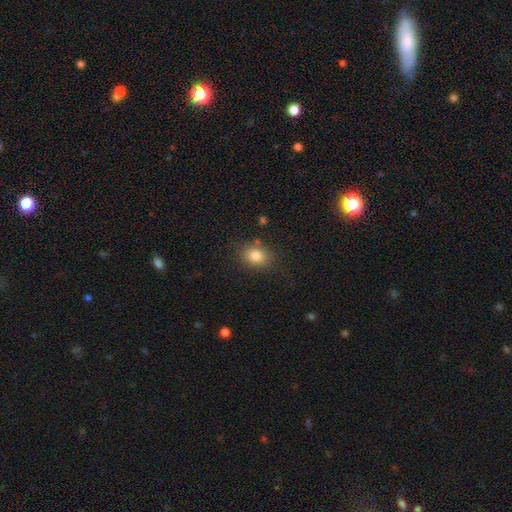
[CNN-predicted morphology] This is clearly a smooth galaxy (83%). How rounded: possibly in between (58%). Merging: likely none (79%).